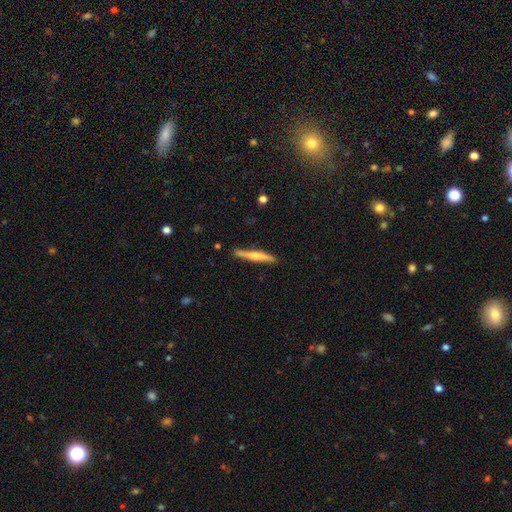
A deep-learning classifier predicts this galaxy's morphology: featured or disk 52%, smooth 42%, star or artifact 5%. Down the decision tree: edge-on disk — yes (96%); edge-on bulge — rounded (77%); merging — none (88%).